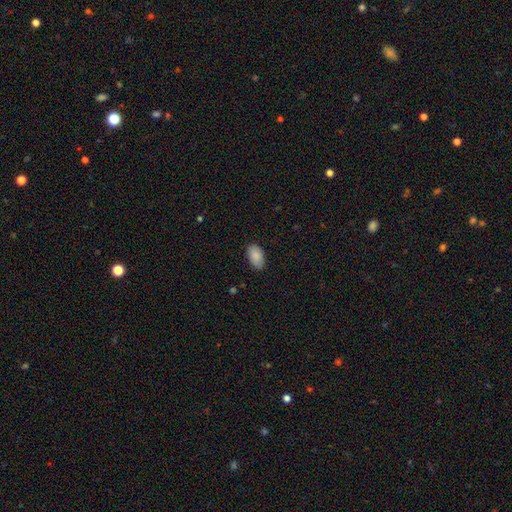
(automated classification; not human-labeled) Smooth or featured: smooth — 89% (star or artifact — 6%)
How rounded: in between — 94% (round — 4%)
Merging: none — 83% (minor disturbance — 13%)